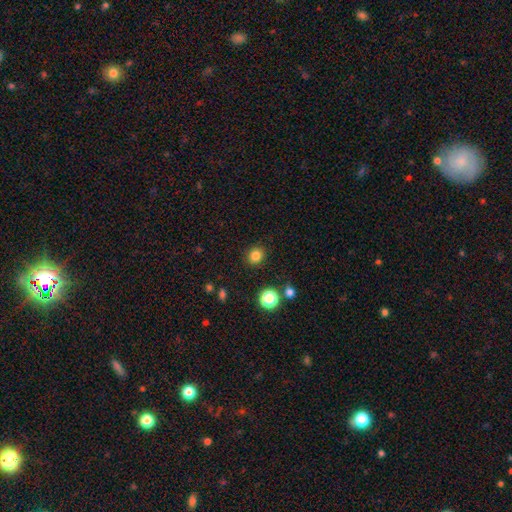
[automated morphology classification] A smooth galaxy with no disk features (82%) that is round (84%). Merging: none (89%).